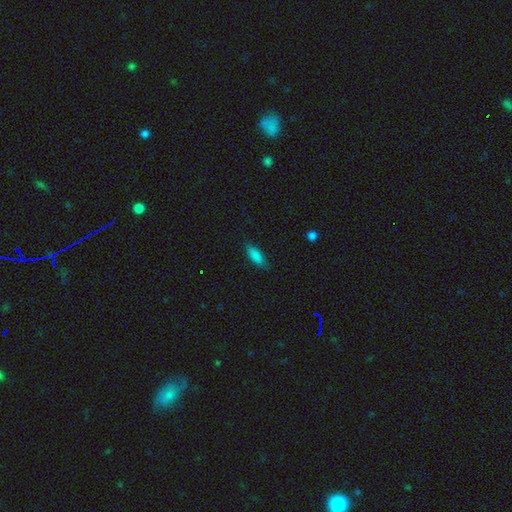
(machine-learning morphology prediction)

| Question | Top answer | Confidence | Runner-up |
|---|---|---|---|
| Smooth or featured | smooth | 85% | star or artifact (8%) |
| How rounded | in between | 67% | cigar-shaped (31%) |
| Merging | none | 83% | minor disturbance (13%) |